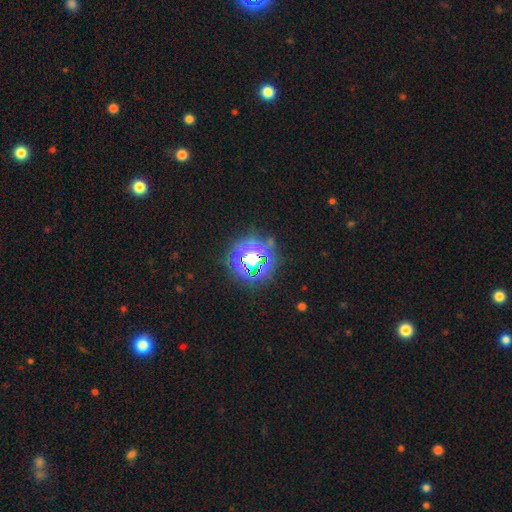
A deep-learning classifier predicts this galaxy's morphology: smooth_or_featured: star or artifact (p=0.80) [alt: smooth p=0.13]